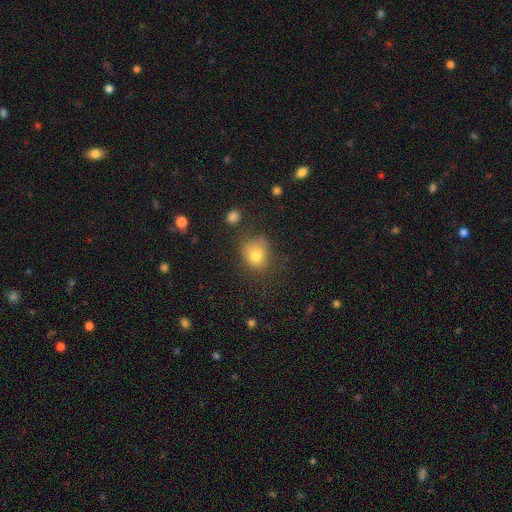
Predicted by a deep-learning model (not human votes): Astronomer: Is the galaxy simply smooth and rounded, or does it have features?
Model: smooth — 76%.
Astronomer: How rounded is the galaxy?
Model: round — 64%.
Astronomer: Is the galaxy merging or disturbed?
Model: none — 57%.